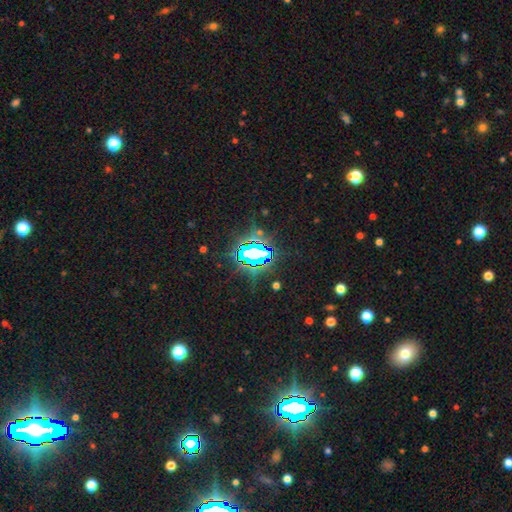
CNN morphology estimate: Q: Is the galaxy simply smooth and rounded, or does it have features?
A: star or artifact — 79%.